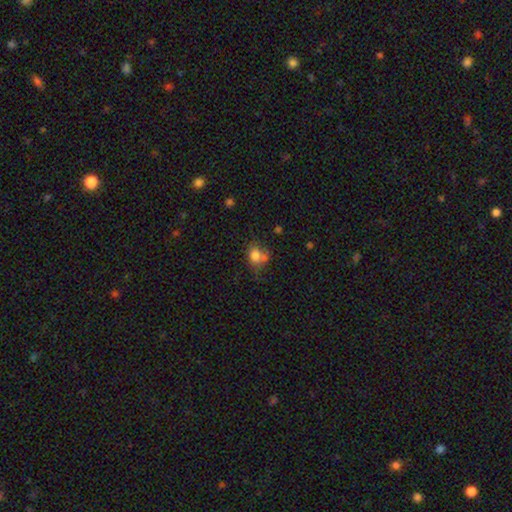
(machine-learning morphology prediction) smooth-or-featured: smooth: 77% | featured or disk: 11% | star or artifact: 11%
  how-rounded: round: 59% | in between: 40% | cigar-shaped: 1%
  merging: none: 47% | minor disturbance: 23% | merger: 20% | major disturbance: 11%